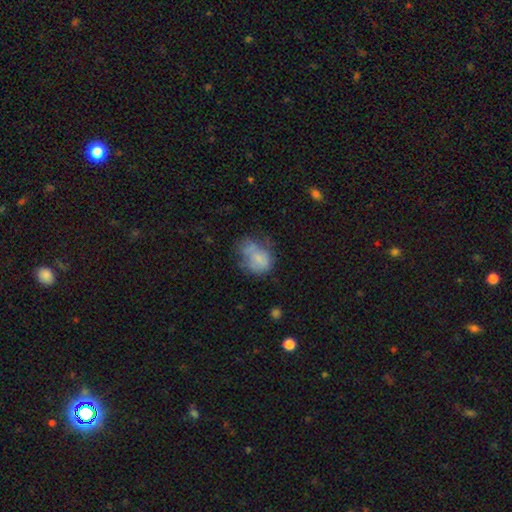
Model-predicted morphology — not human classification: smooth 63%, featured or disk 26%, star or artifact 11%. Down the decision tree: how rounded — in between (61%); merging — none (30%).